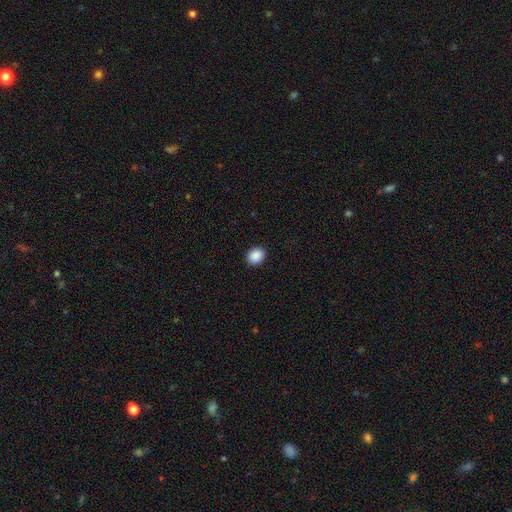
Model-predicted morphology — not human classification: A smooth galaxy with no disk features (90%) that is round (56%). Merging: none (91%).